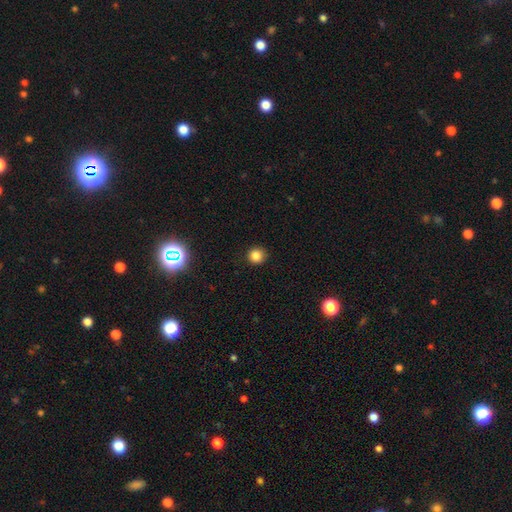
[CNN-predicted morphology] Smooth or featured? smooth (83%)
How rounded? round (93%)
Merging? none (90%)